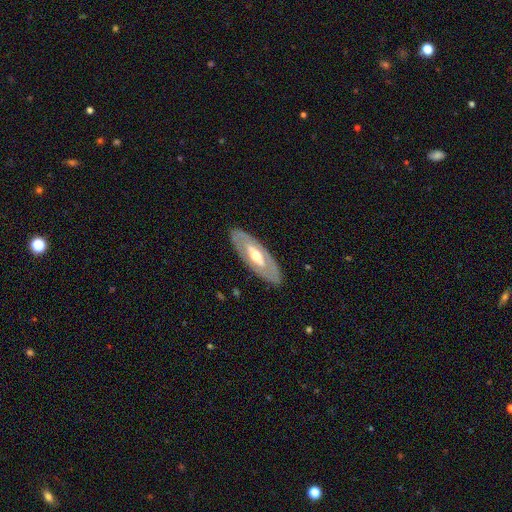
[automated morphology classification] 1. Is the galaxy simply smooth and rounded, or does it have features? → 65% featured or disk, 30% smooth, 5% star or artifact.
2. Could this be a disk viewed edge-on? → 77% no, 23% yes.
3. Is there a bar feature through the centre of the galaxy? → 56% no, 26% weak, 18% strong.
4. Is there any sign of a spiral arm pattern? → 80% no, 20% yes.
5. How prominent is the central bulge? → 70% moderate, 19% small, 9% large, 1% dominant, 1% none.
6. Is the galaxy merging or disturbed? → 85% none, 10% minor disturbance, 3% major disturbance, 1% merger.